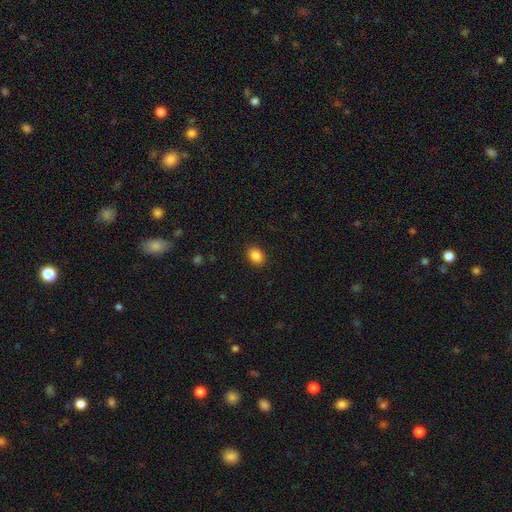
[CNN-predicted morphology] Smooth or featured?
  - smooth: 87% *
  - star or artifact: 10%
  - featured or disk: 4%
How rounded?
  - in between: 59% *
  - round: 40%
  - cigar-shaped: 1%
Merging?
  - none: 89% *
  - minor disturbance: 8%
  - major disturbance: 2%
  - merger: 1%